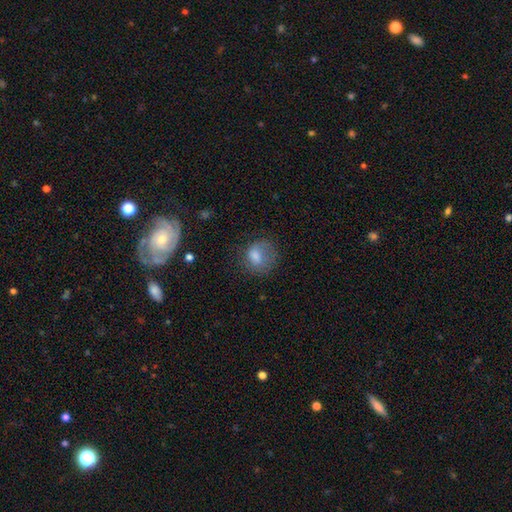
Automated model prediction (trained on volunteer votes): Morphology: type=smooth (68%); roundness=round (63%); merging=none (55%).